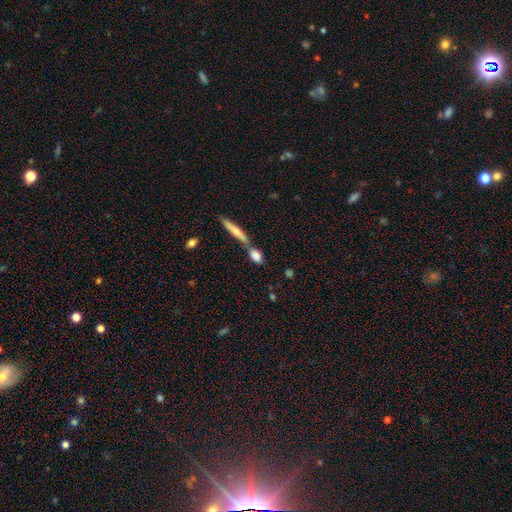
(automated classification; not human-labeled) smooth-or-featured: smooth: 77% | featured or disk: 15% | star or artifact: 8%
  how-rounded: in between: 63% | cigar-shaped: 27% | round: 11%
  merging: none: 47% | merger: 38% | minor disturbance: 11% | major disturbance: 4%